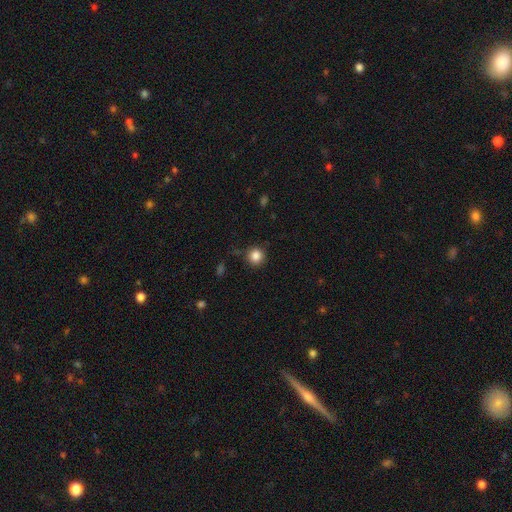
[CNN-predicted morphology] A smooth galaxy with no disk features (85%) that is round (93%).

Vote fractions:
- Smooth or featured? smooth: 85% / star or artifact: 11% / featured or disk: 4%
- How rounded? round: 93% / in between: 6% / cigar-shaped: 1%
- Merging? none: 87% / minor disturbance: 9% / major disturbance: 2% / merger: 2%